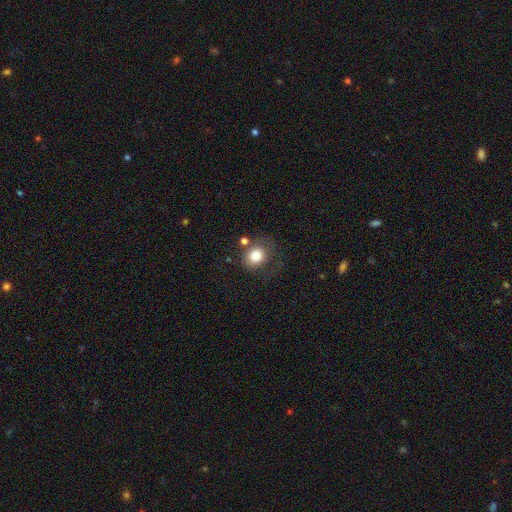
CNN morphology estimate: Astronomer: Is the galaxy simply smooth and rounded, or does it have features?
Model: smooth — 78%.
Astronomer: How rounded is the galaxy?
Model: round — 68%.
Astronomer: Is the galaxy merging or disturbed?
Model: none — 55%.